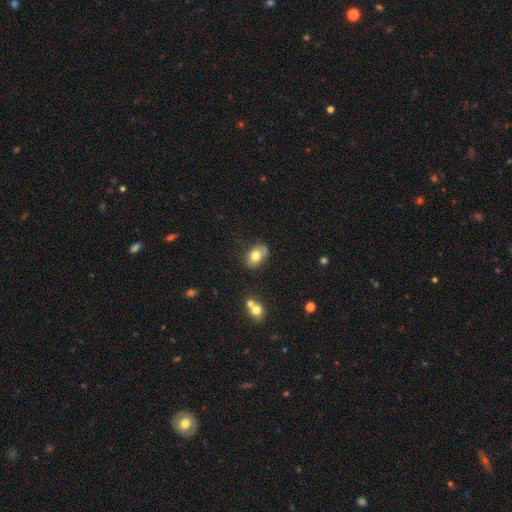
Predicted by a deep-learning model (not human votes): This is likely a smooth galaxy (77%). How rounded: clearly in between (83%). Merging: likely none (66%).